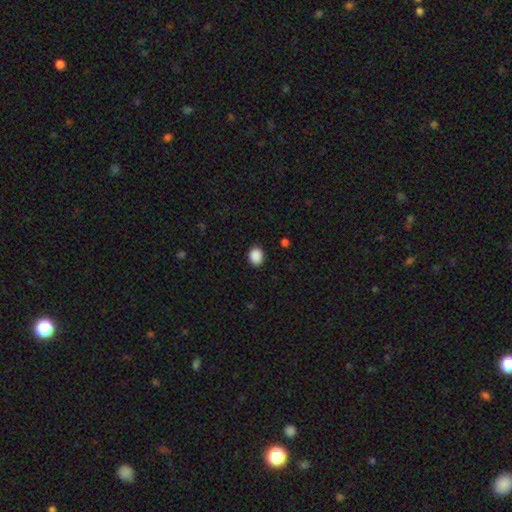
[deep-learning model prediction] Smooth or featured: smooth — 89% (star or artifact — 9%)
How rounded: round — 57% (in between — 42%)
Merging: none — 89% (minor disturbance — 8%)